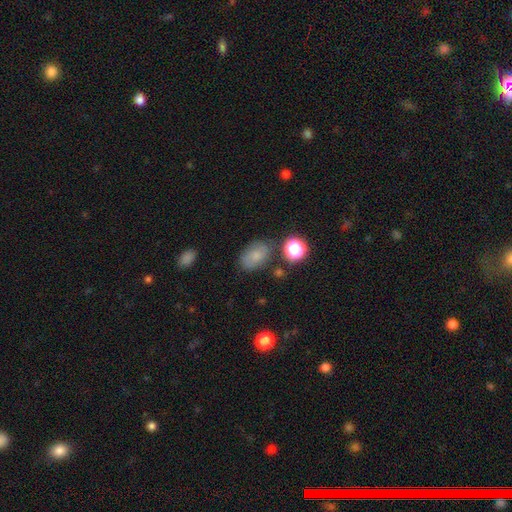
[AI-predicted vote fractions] Q: Smooth or featured?
A: smooth (71%); runner-up: featured or disk (16%)
Q: How rounded?
A: in between (80%); runner-up: round (18%)
Q: Merging?
A: none (71%); runner-up: minor disturbance (18%)